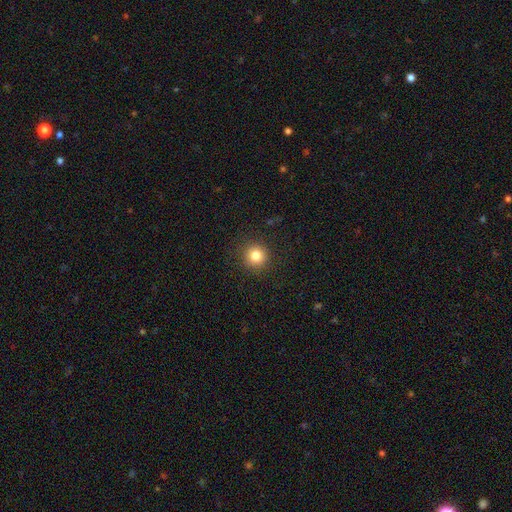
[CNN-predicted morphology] Q: Smooth or featured?
A: smooth (83%); runner-up: star or artifact (12%)
Q: How rounded?
A: round (95%); runner-up: in between (4%)
Q: Merging?
A: none (91%); runner-up: minor disturbance (5%)